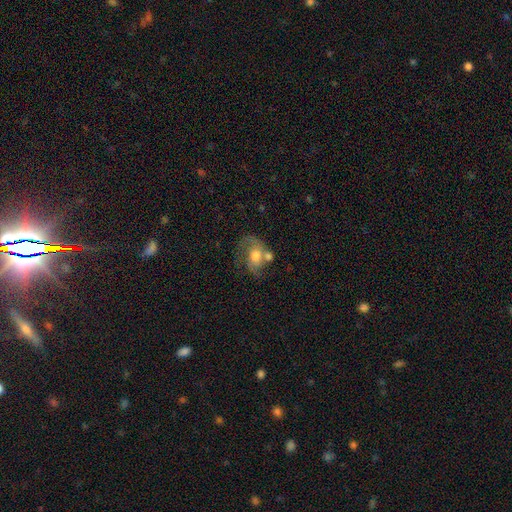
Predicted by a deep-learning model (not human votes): smooth-or-featured: featured or disk: 55% | smooth: 36% | star or artifact: 9%
  disk-edge-on: no: 97% | yes: 3%
    bar: no: 68% | weak: 26% | strong: 5%
    has-spiral-arms: yes: 78% | no: 22%
    bulge-size: moderate: 52% | large: 29% | small: 11% | none: 4% | dominant: 3%
  merging: merger: 32% | none: 30% | major disturbance: 20% | minor disturbance: 17%